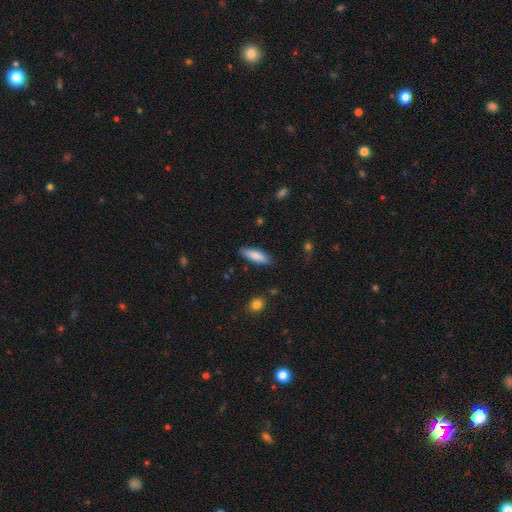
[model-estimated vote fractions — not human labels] Smooth or featured? Predicted: smooth (p=0.84). How rounded? Predicted: in between (p=0.50). Merging? Predicted: none (p=0.85).